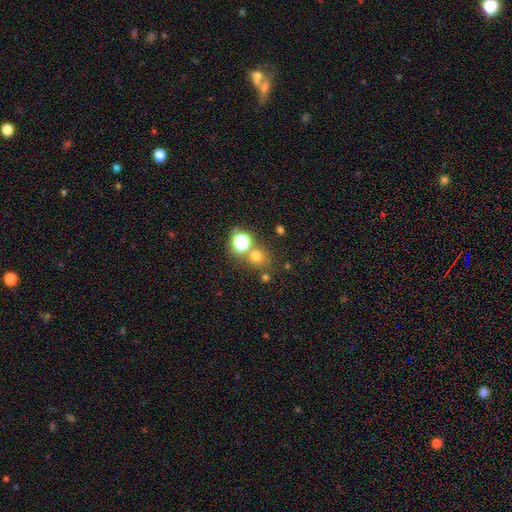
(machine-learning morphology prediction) smooth_or_featured: smooth (p=0.65) [alt: star or artifact p=0.27]
how_rounded: round (p=0.86) [alt: in between p=0.13]
merging: none (p=0.67) [alt: merger p=0.20]